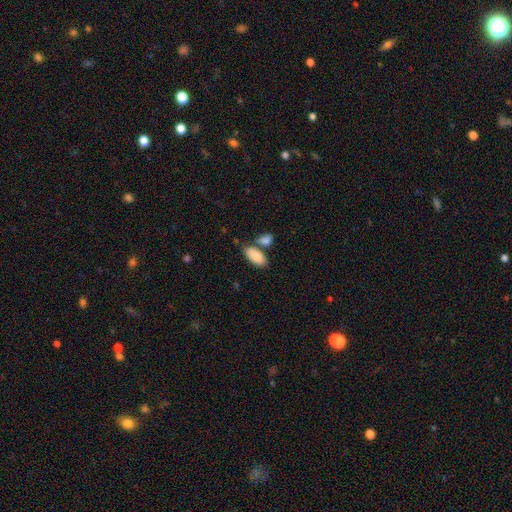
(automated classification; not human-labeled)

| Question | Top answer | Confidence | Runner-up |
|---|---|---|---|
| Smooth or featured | smooth | 86% | featured or disk (8%) |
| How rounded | in between | 91% | cigar-shaped (6%) |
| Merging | none | 57% | merger (28%) |